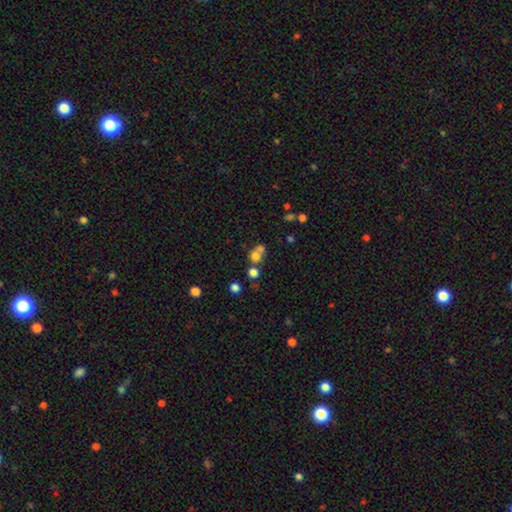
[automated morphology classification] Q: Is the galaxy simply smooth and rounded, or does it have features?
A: smooth — 70%.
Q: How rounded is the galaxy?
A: round — 77%.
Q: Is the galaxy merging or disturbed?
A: merger — 49%.